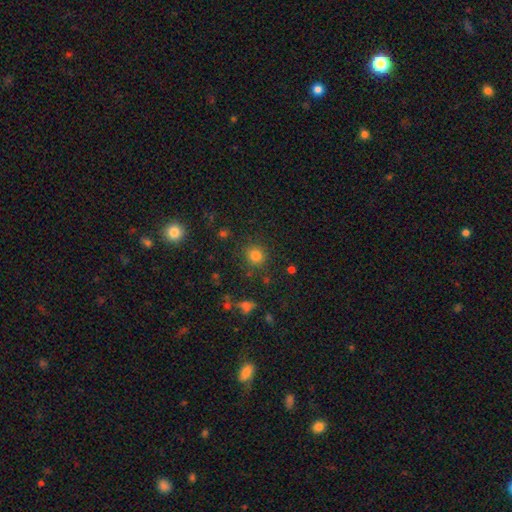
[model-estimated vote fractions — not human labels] smooth_or_featured: smooth (p=0.79) [alt: star or artifact p=0.15]
how_rounded: round (p=0.87) [alt: in between p=0.12]
merging: none (p=0.84) [alt: minor disturbance p=0.10]